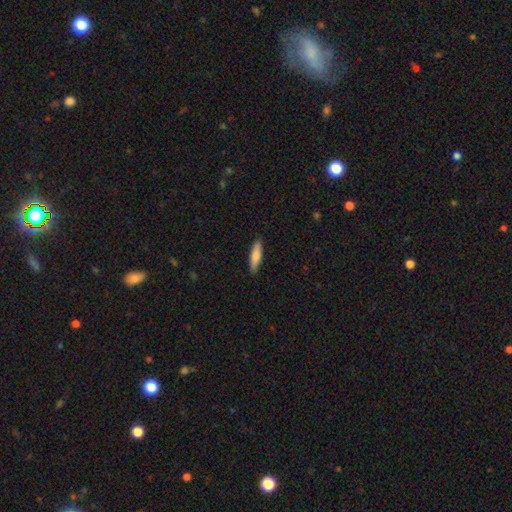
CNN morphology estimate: smooth 77%, featured or disk 17%, star or artifact 6%. Down the decision tree: how rounded — cigar-shaped (71%); merging — none (89%).